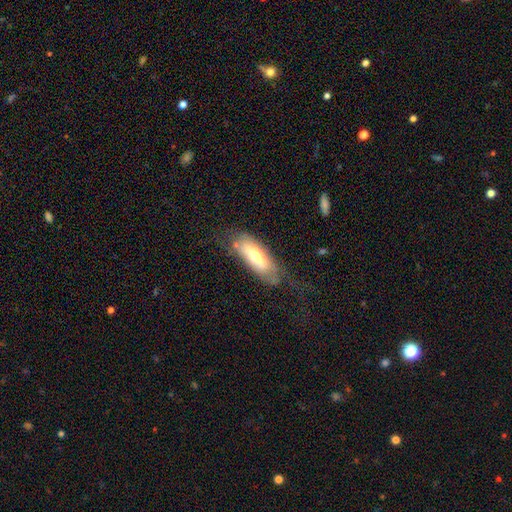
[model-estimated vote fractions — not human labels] The model was most divided on "merging": none: 51%, minor disturbance: 27%, major disturbance: 20%, merger: 2%. More confident: how rounded — in between (70%); smooth or featured — smooth (60%).